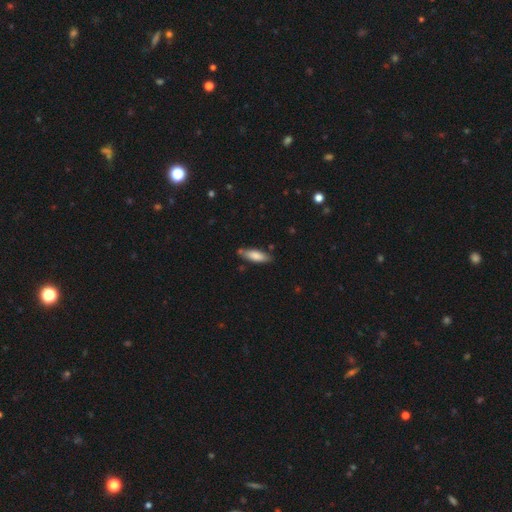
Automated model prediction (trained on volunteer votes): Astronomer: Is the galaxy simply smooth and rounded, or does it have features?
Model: smooth — 79%.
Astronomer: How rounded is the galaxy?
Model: in between — 53% (runner-up: cigar-shaped, 45%).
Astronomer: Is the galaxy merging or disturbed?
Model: none — 75%.